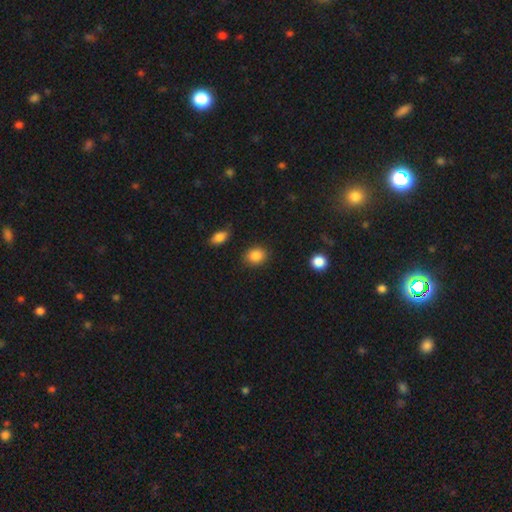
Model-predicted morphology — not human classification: Smooth or featured? Predicted: smooth (p=0.87). How rounded? Predicted: round (p=0.52). Merging? Predicted: none (p=0.86).